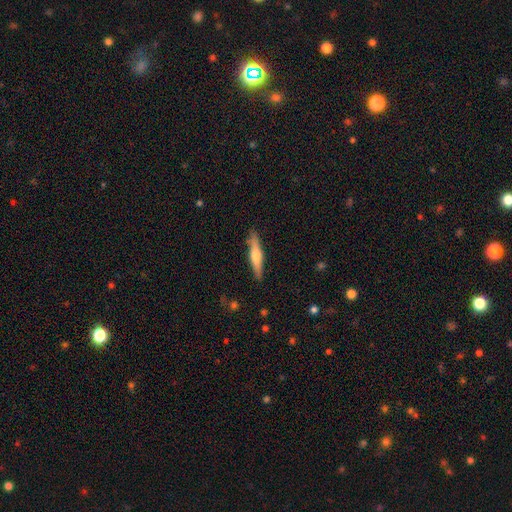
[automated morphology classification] Smooth or featured?
  - featured or disk: 49% *
  - smooth: 46%
  - star or artifact: 6%
Merging?
  - none: 88% *
  - minor disturbance: 9%
  - major disturbance: 2%
  - merger: 1%